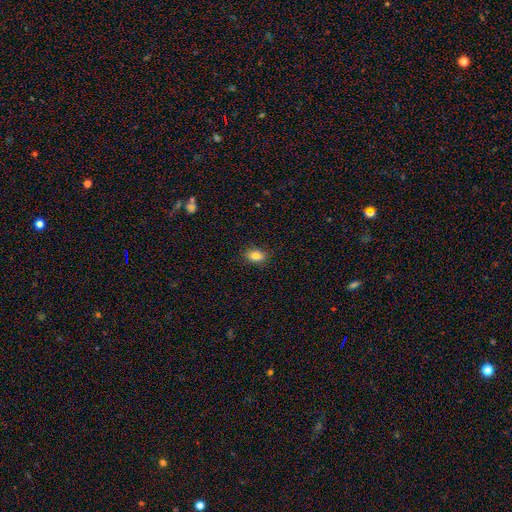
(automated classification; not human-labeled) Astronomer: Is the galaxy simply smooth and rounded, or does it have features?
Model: smooth — 82%.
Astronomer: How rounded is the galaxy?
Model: in between — 82%.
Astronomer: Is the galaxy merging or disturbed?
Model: none — 86%.